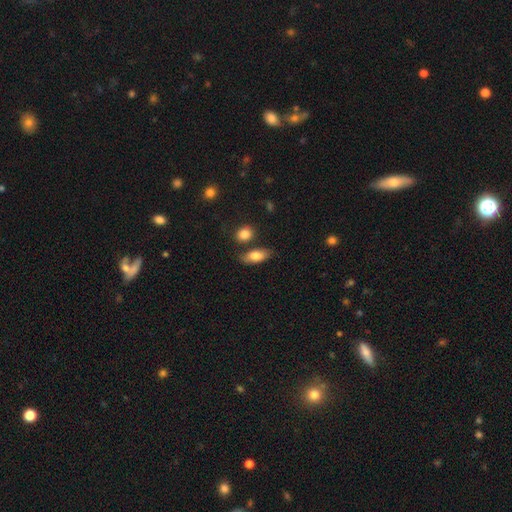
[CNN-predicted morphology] Smooth or featured? smooth (80%)
How rounded? in between (83%)
Merging? none (73%)